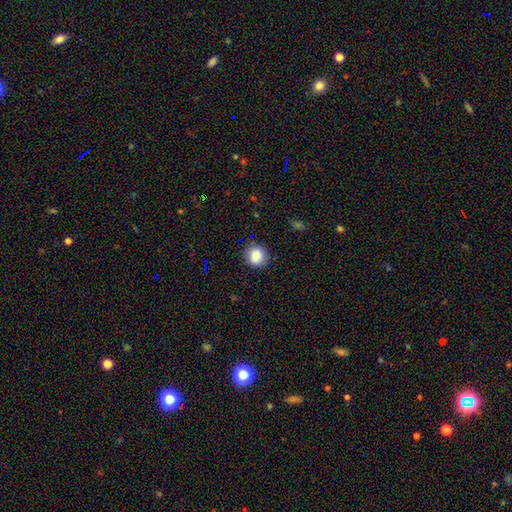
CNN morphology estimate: smooth 85%, star or artifact 9%, featured or disk 6%. Down the decision tree: how rounded — round (87%); merging — none (87%).